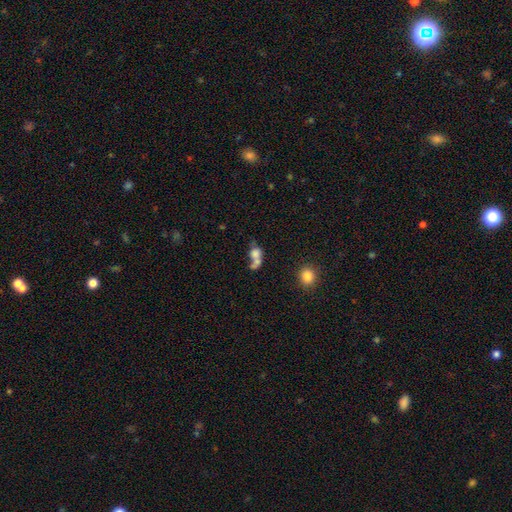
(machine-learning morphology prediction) Smooth or featured?
  - smooth: 69% *
  - featured or disk: 18%
  - star or artifact: 12%
How rounded?
  - round: 49% *
  - in between: 48%
  - cigar-shaped: 3%
Merging?
  - merger: 62% *
  - none: 20%
  - major disturbance: 10%
  - minor disturbance: 8%